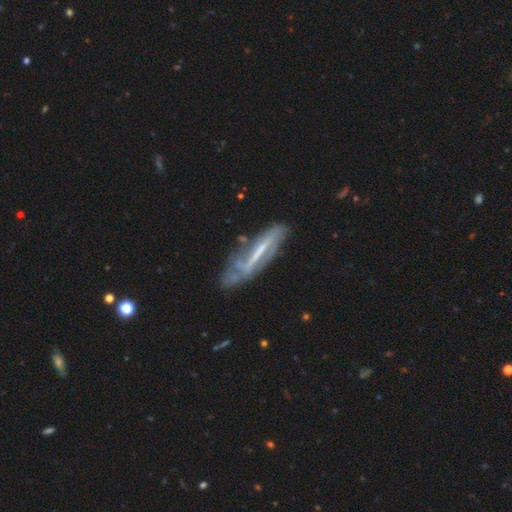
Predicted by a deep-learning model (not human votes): This appears to be a featured or disk galaxy (68%). Merging: none (61%).